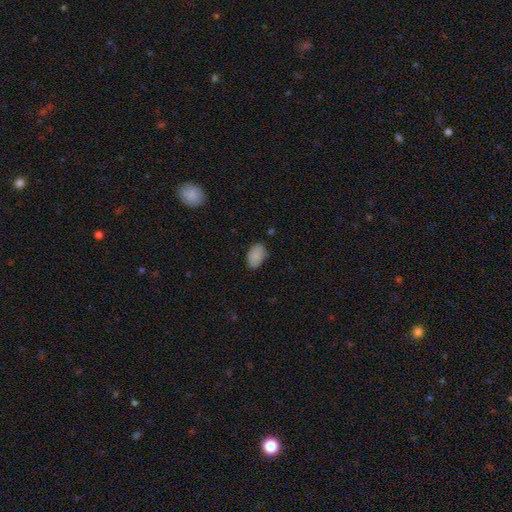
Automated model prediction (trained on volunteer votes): Smooth or featured: smooth — 88% (star or artifact — 8%)
How rounded: in between — 88% (round — 11%)
Merging: none — 77% (minor disturbance — 18%)